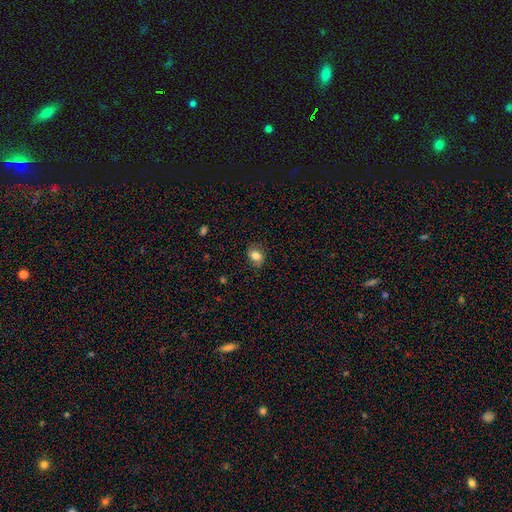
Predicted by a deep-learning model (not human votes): The model was most divided on "how rounded": in between: 63%, round: 36%, cigar-shaped: 1%. More confident: smooth or featured — smooth (78%); merging — none (77%).